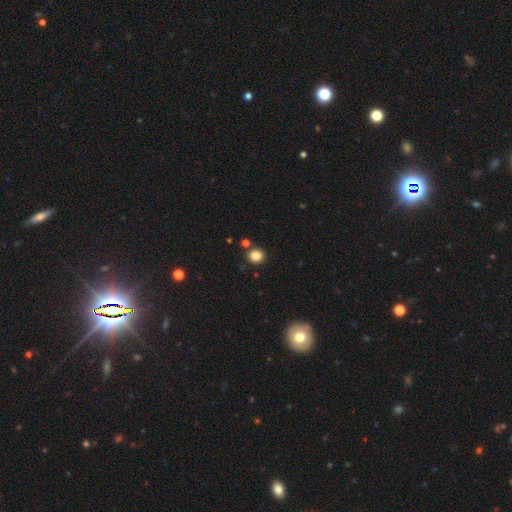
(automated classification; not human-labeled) Overall: smooth (85%). How rounded: round (82%). Merging: none (82%).